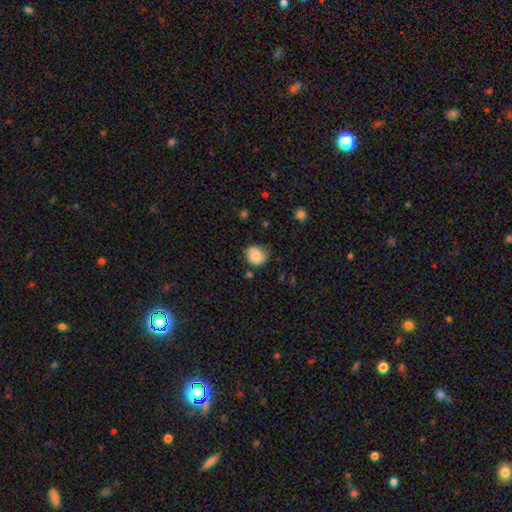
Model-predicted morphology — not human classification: smooth-or-featured: smooth: 75% | featured or disk: 16% | star or artifact: 9%
  how-rounded: round: 68% | in between: 32% | cigar-shaped: 1%
  merging: none: 66% | minor disturbance: 25% | major disturbance: 6% | merger: 2%